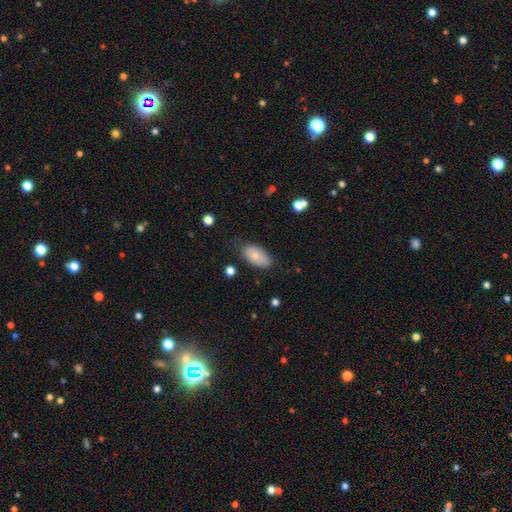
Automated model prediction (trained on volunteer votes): smooth_or_featured: smooth (p=0.74) [alt: featured or disk p=0.19]
how_rounded: in between (p=0.93) [alt: round p=0.04]
merging: none (p=0.75) [alt: minor disturbance p=0.19]